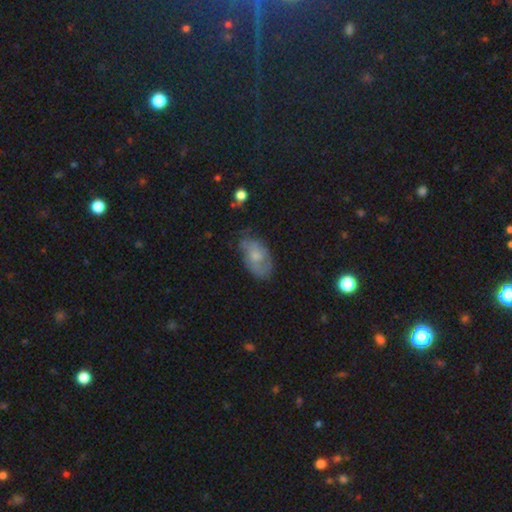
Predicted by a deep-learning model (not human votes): This is possibly a smooth galaxy (50%). Merging: possibly none (55%).